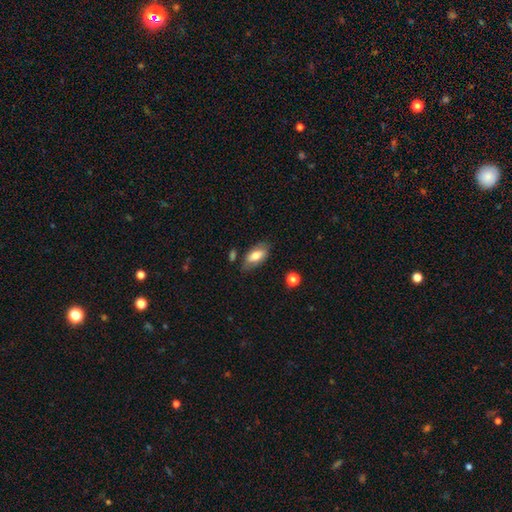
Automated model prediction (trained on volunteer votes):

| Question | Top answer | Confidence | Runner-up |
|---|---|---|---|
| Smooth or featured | smooth | 69% | featured or disk (24%) |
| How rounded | in between | 89% | cigar-shaped (8%) |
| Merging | none | 71% | minor disturbance (20%) |